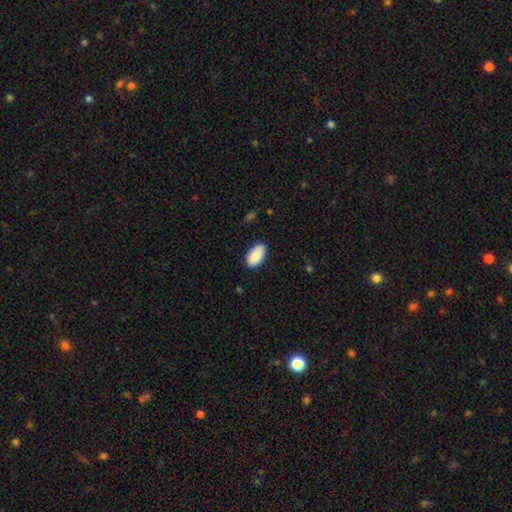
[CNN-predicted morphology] A smooth galaxy with no disk features (89%) that is in between round and cigar-shaped (95%). Merging: none (86%).